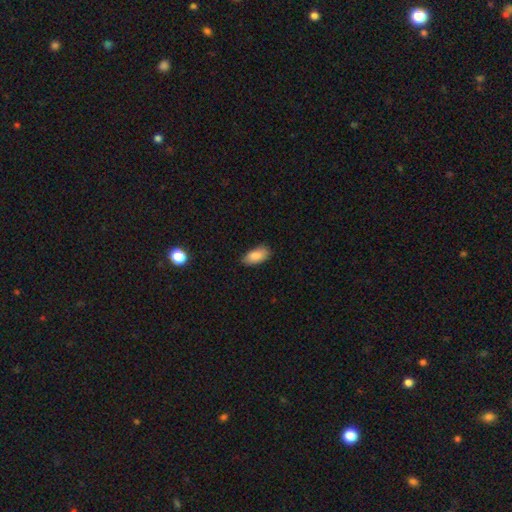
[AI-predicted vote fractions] smooth_or_featured: smooth (p=0.87) [alt: star or artifact p=0.07]
how_rounded: in between (p=0.93) [alt: cigar-shaped p=0.05]
merging: none (p=0.81) [alt: minor disturbance p=0.16]